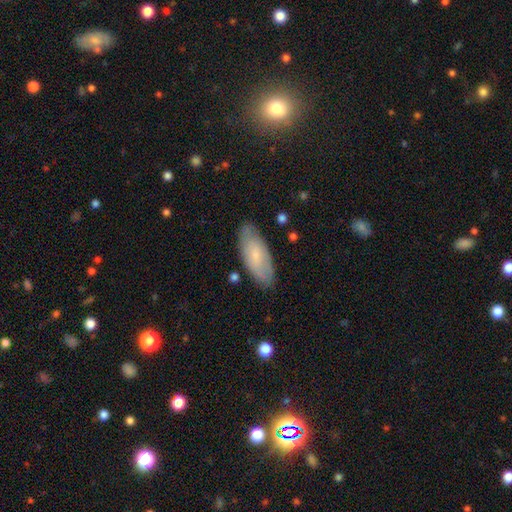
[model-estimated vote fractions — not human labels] The model was most divided on "smooth or featured": smooth: 64%, featured or disk: 29%, star or artifact: 7%. More confident: how rounded — in between (82%); merging — none (80%).